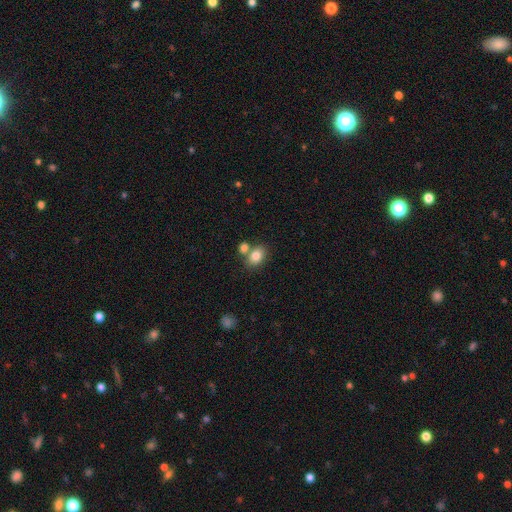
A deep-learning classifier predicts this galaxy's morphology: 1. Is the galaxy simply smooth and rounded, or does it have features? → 82% smooth, 9% star or artifact, 9% featured or disk.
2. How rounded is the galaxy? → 72% in between, 27% round, 1% cigar-shaped.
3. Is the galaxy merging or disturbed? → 55% none, 30% merger, 11% minor disturbance, 3% major disturbance.